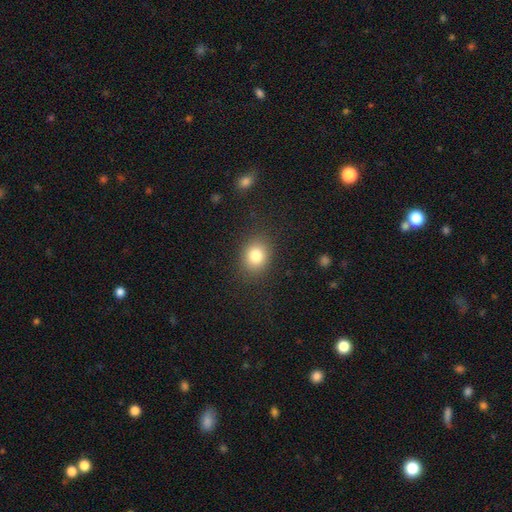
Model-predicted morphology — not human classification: Overall: smooth (81%). How rounded: round (56%; in between 43%). Merging: none (85%).